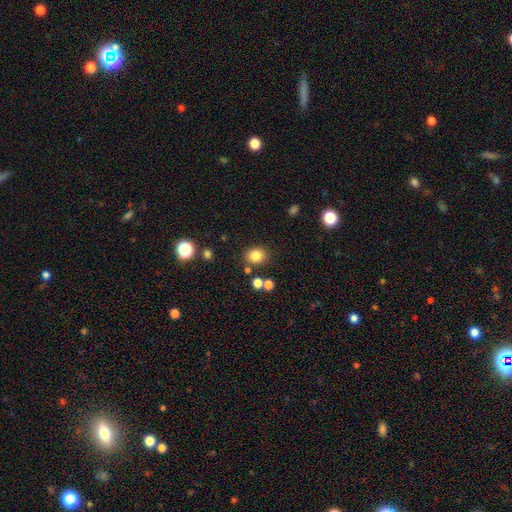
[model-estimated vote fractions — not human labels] Overall: smooth (82%). How rounded: round (71%). Merging: none (81%).